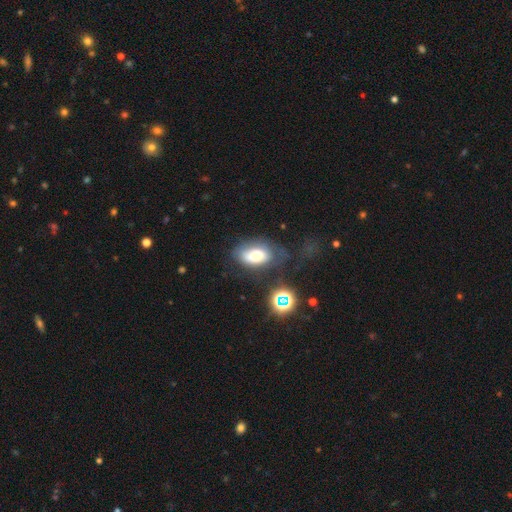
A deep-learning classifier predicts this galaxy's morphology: Smooth or featured? Predicted: smooth (p=0.69). How rounded? Predicted: in between (p=0.92). Merging? Predicted: none (p=0.43).